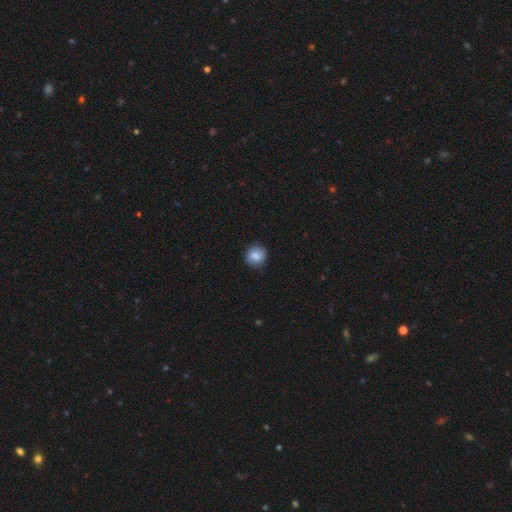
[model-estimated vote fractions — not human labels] Morphology: type=smooth (83%); roundness=round (87%); merging=none (86%).